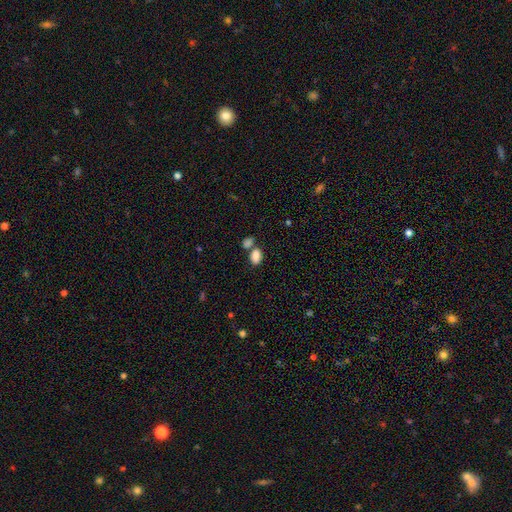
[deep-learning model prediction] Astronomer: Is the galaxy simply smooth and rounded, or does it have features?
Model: smooth — 86%.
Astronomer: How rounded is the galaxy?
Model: in between — 86%.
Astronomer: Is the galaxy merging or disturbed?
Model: none — 50% (runner-up: merger, 35%).